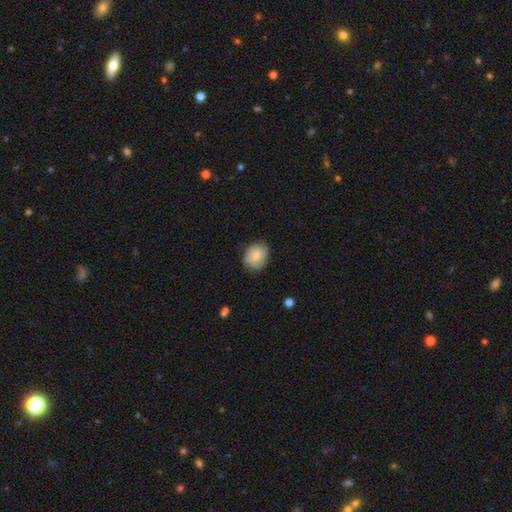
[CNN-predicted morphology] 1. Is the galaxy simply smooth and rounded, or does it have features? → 71% smooth, 22% featured or disk, 7% star or artifact.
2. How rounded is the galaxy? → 64% round, 35% in between, 1% cigar-shaped.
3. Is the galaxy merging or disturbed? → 75% none, 20% minor disturbance, 4% major disturbance, 1% merger.